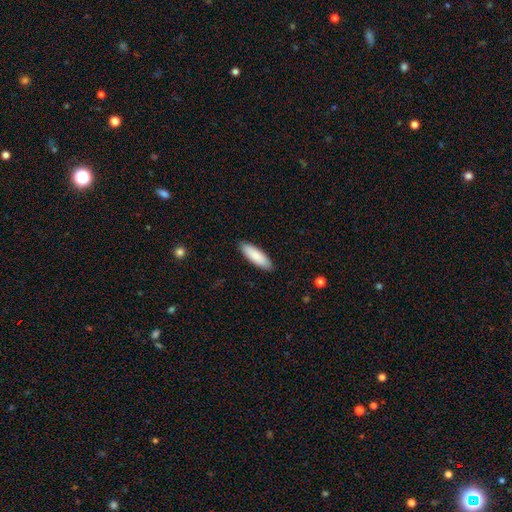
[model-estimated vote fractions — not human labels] Overall: smooth (88%). How rounded: in between (56%; cigar-shaped 43%). Merging: none (90%).